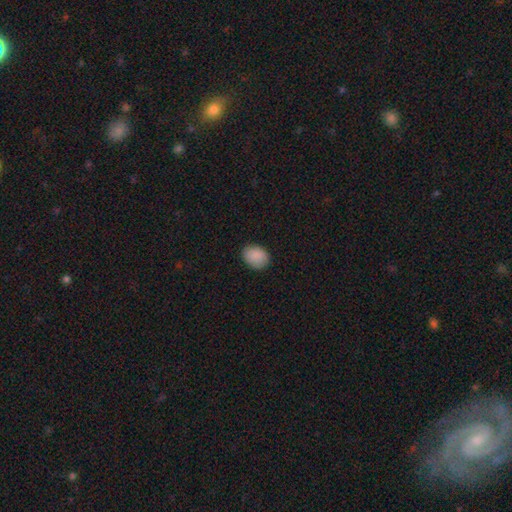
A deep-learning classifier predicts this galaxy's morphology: This is clearly a smooth galaxy (90%). How rounded: possibly in between (59%). Merging: clearly none (87%).